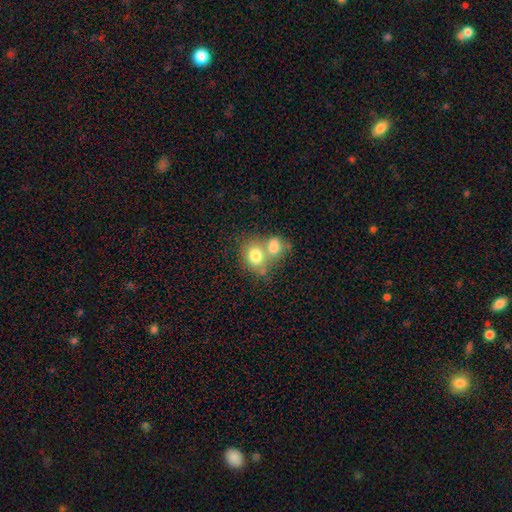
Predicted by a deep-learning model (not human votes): smooth_or_featured: smooth (p=0.76) [alt: featured or disk p=0.15]
how_rounded: round (p=0.56) [alt: in between p=0.43]
merging: merger (p=0.56) [alt: none p=0.31]